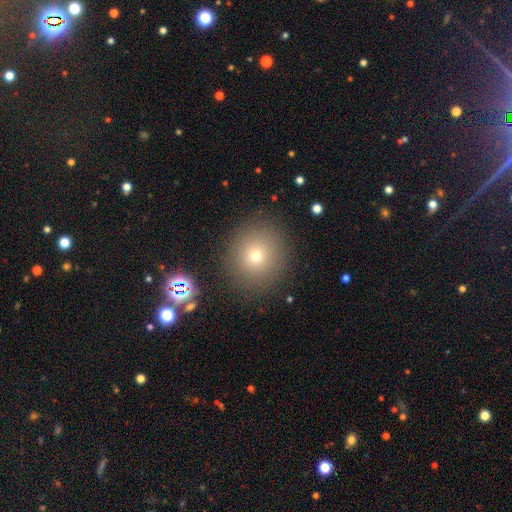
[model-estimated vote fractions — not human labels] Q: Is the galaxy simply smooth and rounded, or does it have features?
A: smooth — 68%.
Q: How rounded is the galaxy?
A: round — 91%.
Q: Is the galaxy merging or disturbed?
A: none — 88%.